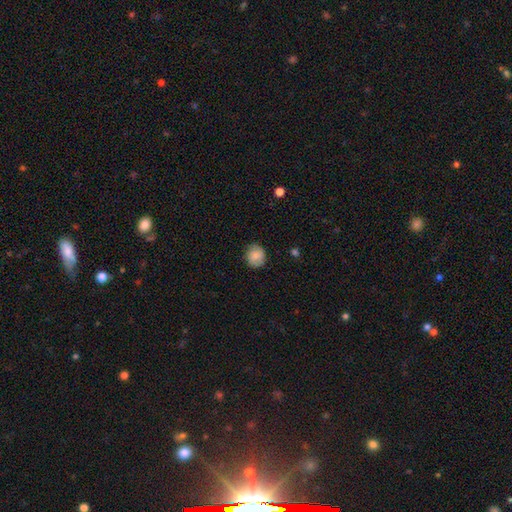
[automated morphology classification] This is likely a smooth galaxy (80%). How rounded: likely round (77%). Merging: clearly none (82%).